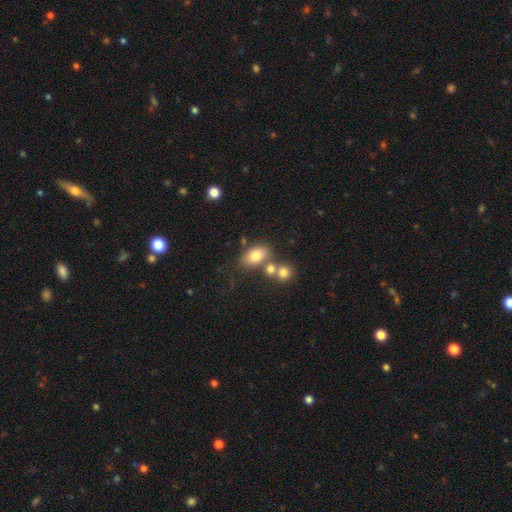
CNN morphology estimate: Overall: smooth (78%). How rounded: in between (84%). Merging: none (57%; merger 25%).